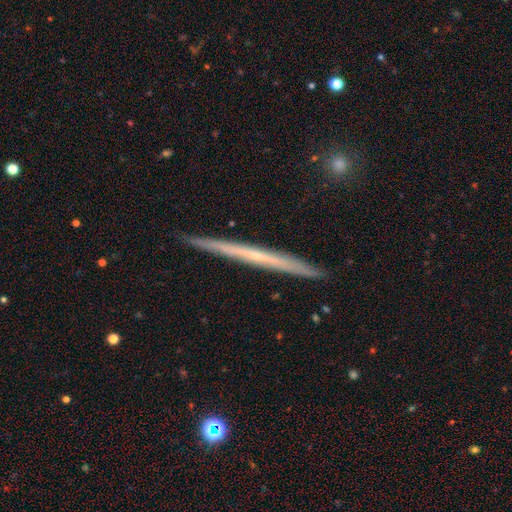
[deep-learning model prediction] Q: Smooth or featured?
A: featured or disk (65%); runner-up: smooth (28%)
Q: Edge-on disk?
A: yes (98%); runner-up: no (2%)
Q: Edge-on bulge?
A: none (78%); runner-up: rounded (19%)
Q: Merging?
A: none (92%); runner-up: minor disturbance (6%)